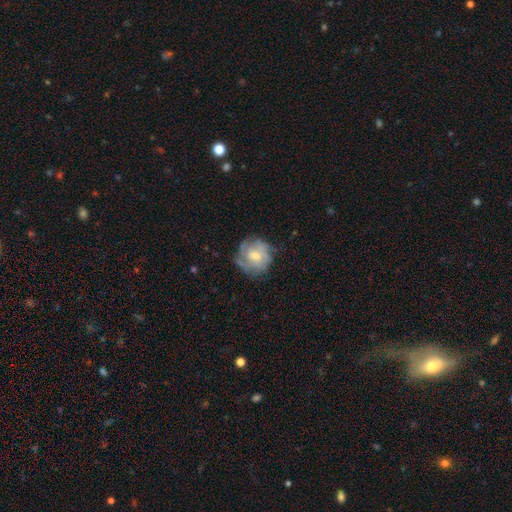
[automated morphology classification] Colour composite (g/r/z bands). It shows a featured or disk galaxy (53%) with no bar (66%), spiral arms (64%) and a moderate central bulge (49%). Merging: none (65%).